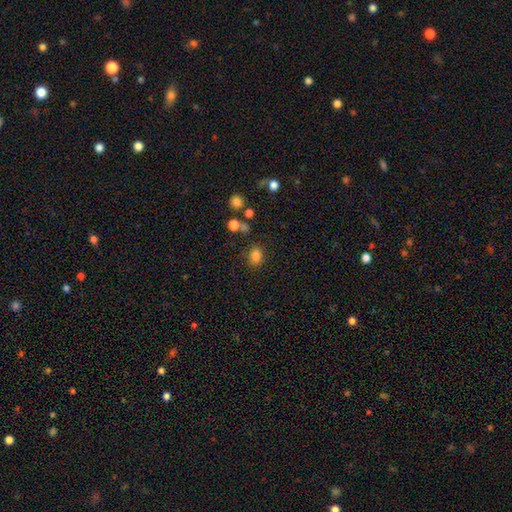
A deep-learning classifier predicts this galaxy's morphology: This appears to be a smooth galaxy with no disk features (82%) that is round (51%). Merging: none (80%).